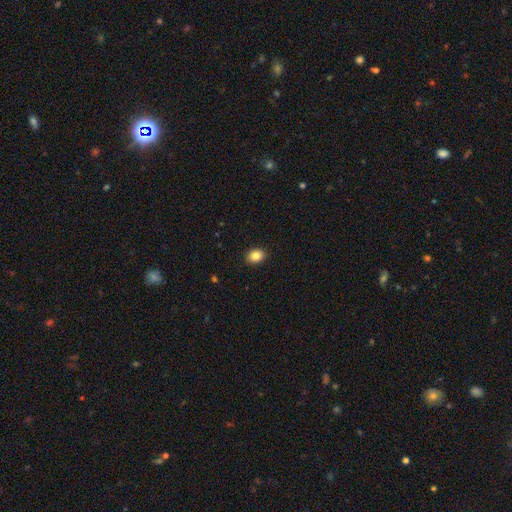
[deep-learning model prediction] Smooth or featured? smooth (86%)
How rounded? in between (64%)
Merging? none (91%)